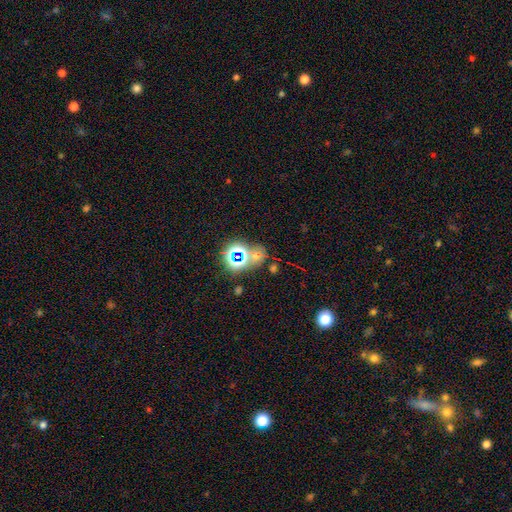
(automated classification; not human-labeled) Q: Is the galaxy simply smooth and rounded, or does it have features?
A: star or artifact — 57%.